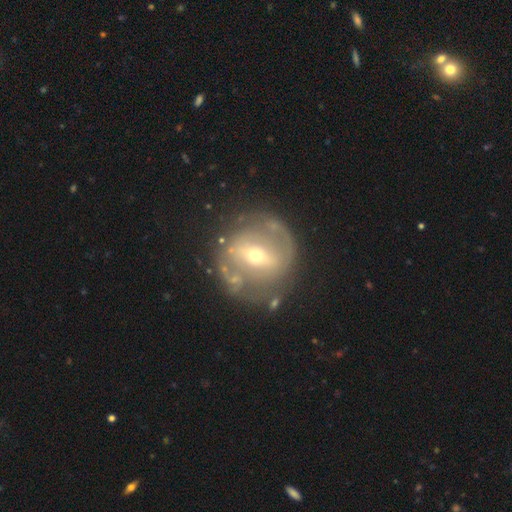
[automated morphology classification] smooth-or-featured: featured or disk: 70% | smooth: 22% | star or artifact: 8%
  disk-edge-on: no: 94% | yes: 6%
    bar: strong: 40% | weak: 36% | no: 24%
    has-spiral-arms: yes: 50% (tied) | no: 50% (tied)
    bulge-size: small: 51% | moderate: 44% | large: 3% | dominant: 1% | none: 1%
  merging: none: 73% | minor disturbance: 15% | major disturbance: 9% | merger: 3%